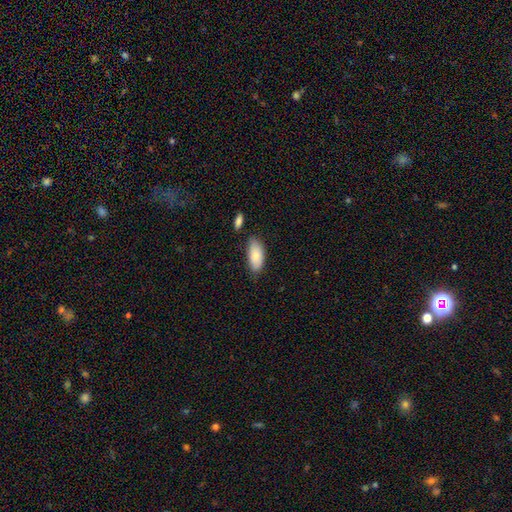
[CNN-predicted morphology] A smooth galaxy with no disk features (81%) that is in between round and cigar-shaped (91%).

Vote fractions:
- Smooth or featured? smooth: 81% / featured or disk: 12% / star or artifact: 6%
- How rounded? in between: 91% / cigar-shaped: 7% / round: 2%
- Merging? none: 72% / minor disturbance: 19% / merger: 5% / major disturbance: 4%